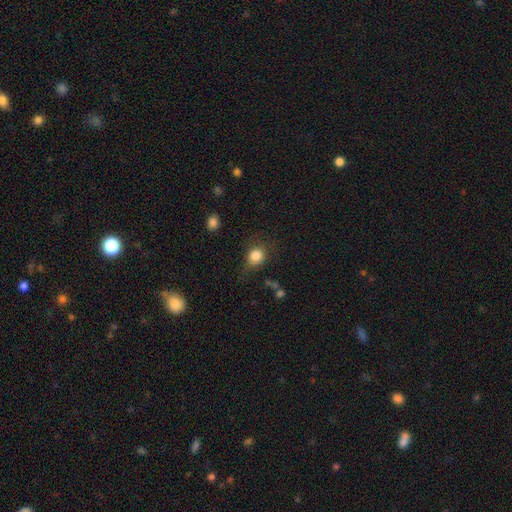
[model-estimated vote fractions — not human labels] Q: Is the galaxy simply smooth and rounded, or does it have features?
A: smooth — 83%.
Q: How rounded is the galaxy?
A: round — 75%.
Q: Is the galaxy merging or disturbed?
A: none — 66%.